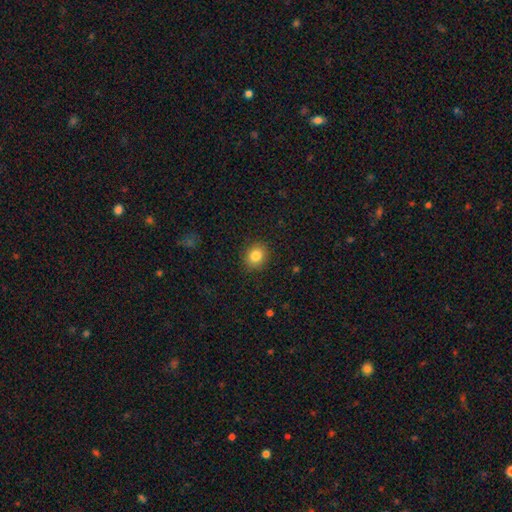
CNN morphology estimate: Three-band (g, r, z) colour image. It shows a smooth galaxy with no disk features (84%) that is round (67%). Merging: none (89%).